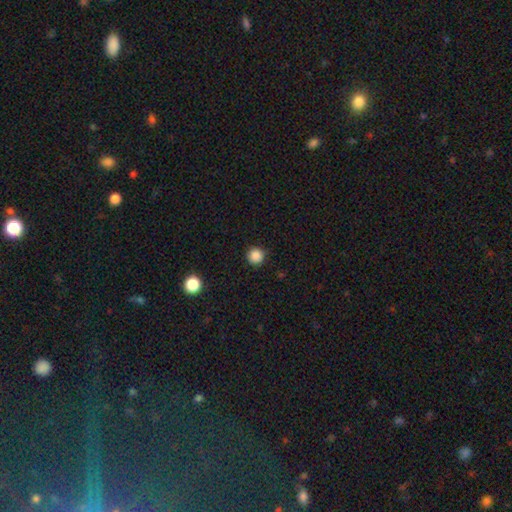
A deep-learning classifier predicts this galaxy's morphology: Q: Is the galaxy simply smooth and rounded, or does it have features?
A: smooth — 86%.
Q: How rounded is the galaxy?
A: round — 96%.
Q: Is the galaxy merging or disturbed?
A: none — 90%.